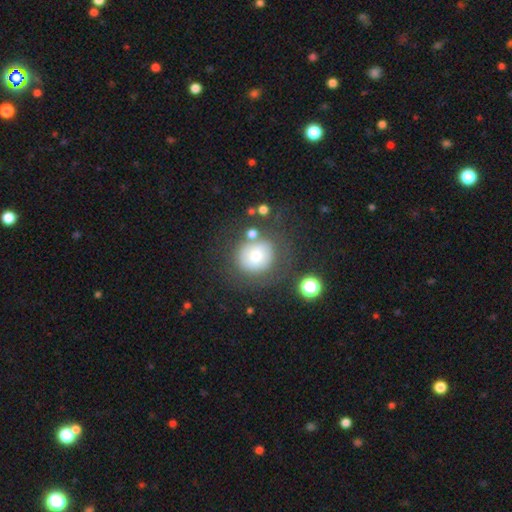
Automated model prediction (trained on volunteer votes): smooth 67%, featured or disk 20%, star or artifact 13%. Down the decision tree: how rounded — round (87%); merging — none (63%).